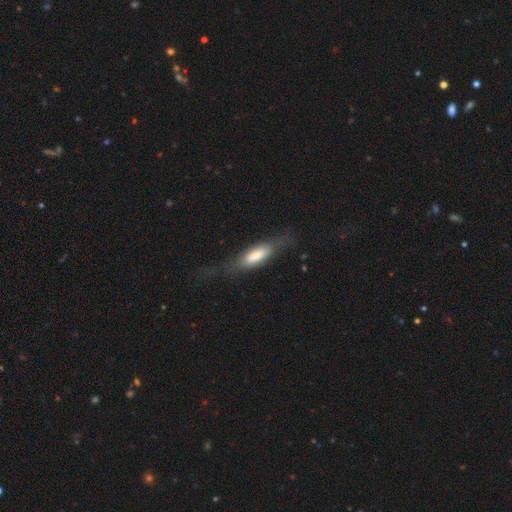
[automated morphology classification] Q: Smooth or featured?
A: smooth (61%); runner-up: featured or disk (33%)
Q: How rounded?
A: in between (50%); runner-up: cigar-shaped (47%)
Q: Merging?
A: none (60%); runner-up: minor disturbance (22%)